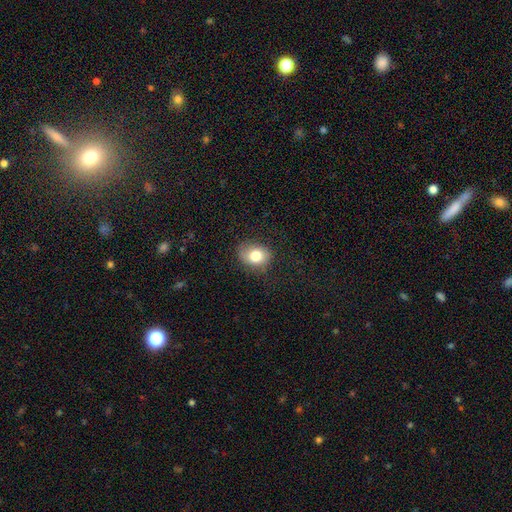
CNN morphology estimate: The model was most divided on "how rounded": in between: 50%, round: 49%, cigar-shaped: 1%. More confident: smooth or featured — smooth (79%); merging — none (74%).